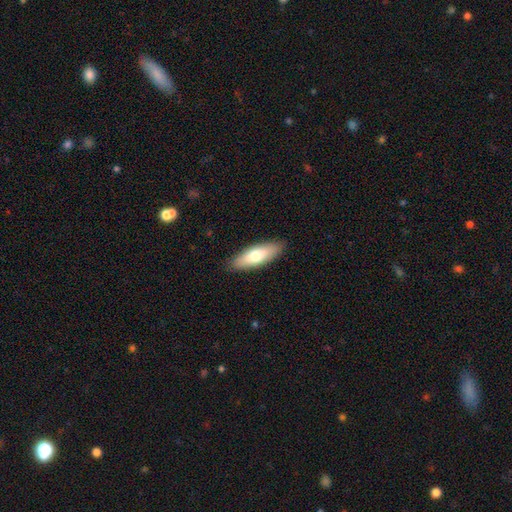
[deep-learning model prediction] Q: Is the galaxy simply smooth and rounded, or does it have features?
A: smooth — 71%.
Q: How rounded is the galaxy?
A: in between — 57%.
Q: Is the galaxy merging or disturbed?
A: none — 88%.